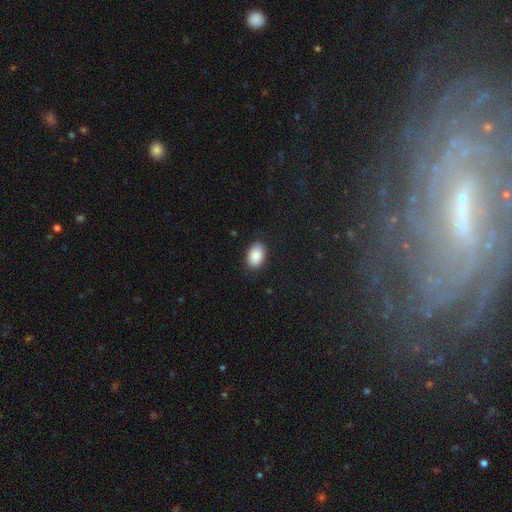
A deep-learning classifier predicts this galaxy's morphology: Smooth or featured?
  - smooth: 88% *
  - star or artifact: 7%
  - featured or disk: 5%
How rounded?
  - in between: 87% *
  - round: 11%
  - cigar-shaped: 1%
Merging?
  - none: 85% *
  - minor disturbance: 11%
  - major disturbance: 3%
  - merger: 1%